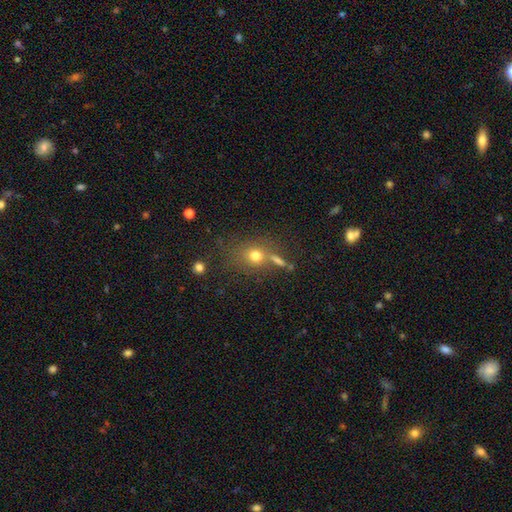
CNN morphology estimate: This is likely a smooth galaxy (70%). How rounded: likely round (70%). Merging: likely none (64%).